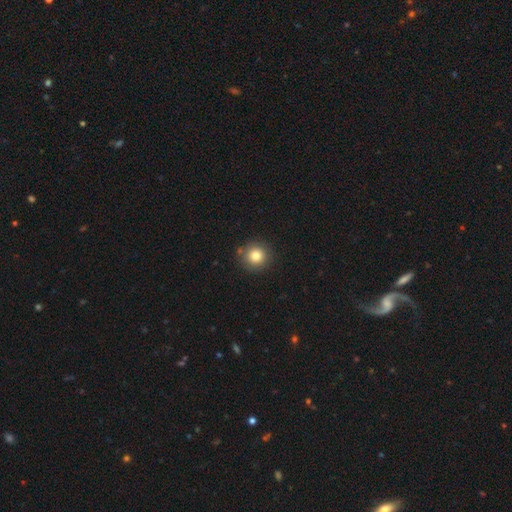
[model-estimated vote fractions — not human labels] smooth 82%, star or artifact 11%, featured or disk 7%. Down the decision tree: how rounded — round (93%); merging — none (85%).